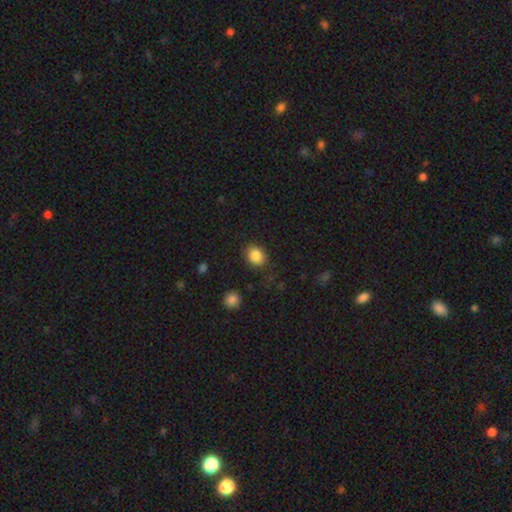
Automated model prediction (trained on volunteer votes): The model was most divided on "how rounded": round: 54%, in between: 46%, cigar-shaped: 1%. More confident: smooth or featured — smooth (85%); merging — none (85%).